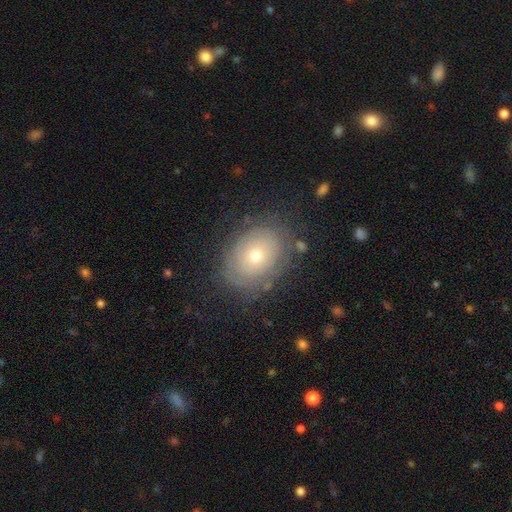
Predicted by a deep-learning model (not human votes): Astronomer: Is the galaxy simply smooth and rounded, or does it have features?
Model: smooth — 48% (runner-up: featured or disk, 42%).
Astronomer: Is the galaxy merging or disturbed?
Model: none — 74%.